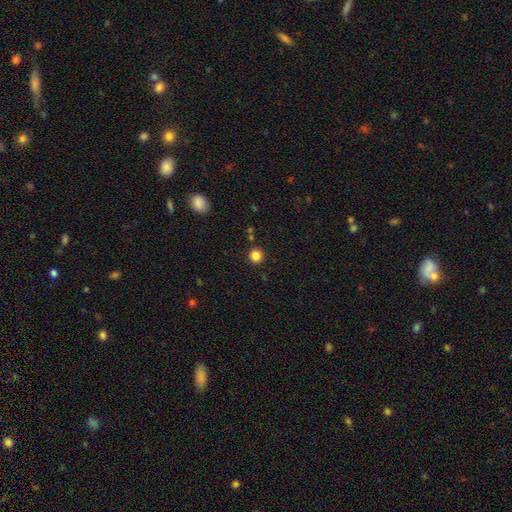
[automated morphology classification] This is clearly a smooth galaxy (84%). How rounded: clearly round (93%). Merging: clearly none (89%).